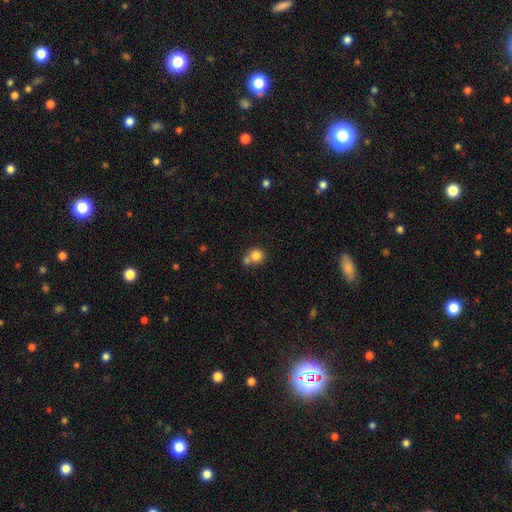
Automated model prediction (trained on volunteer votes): This appears to be a smooth galaxy with no disk features (80%) that is round (84%). Merging: none (46%).